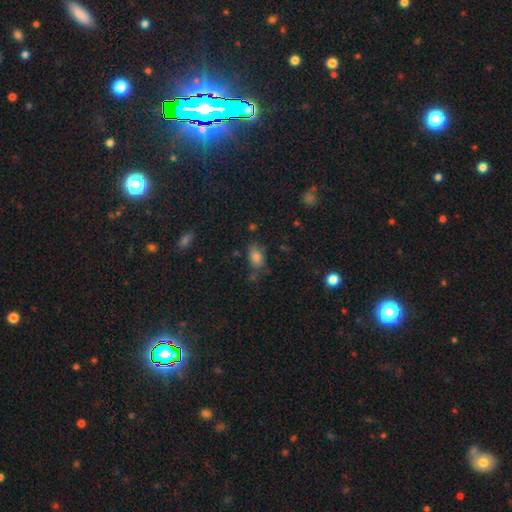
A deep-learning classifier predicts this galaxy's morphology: This is clearly a smooth galaxy (82%). How rounded: clearly in between (87%). Merging: likely none (68%).